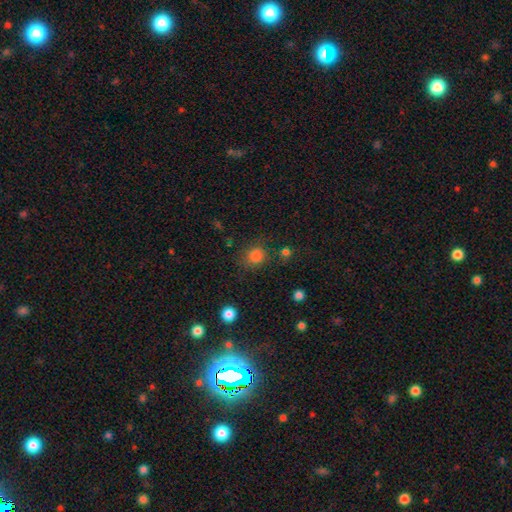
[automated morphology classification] The model was most divided on "how rounded": round: 77%, in between: 22%, cigar-shaped: 1%. More confident: smooth or featured — smooth (80%); merging — none (73%).